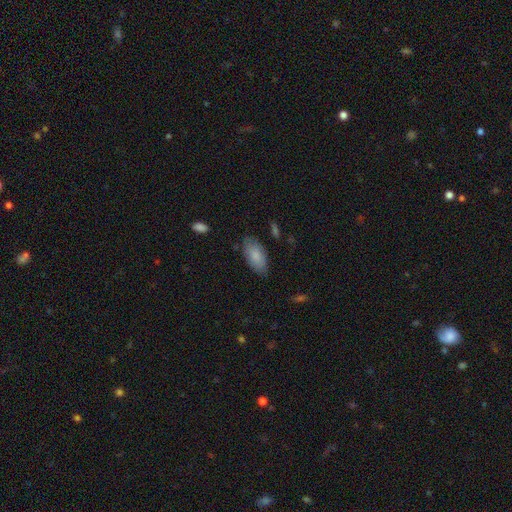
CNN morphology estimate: A smooth galaxy with no disk features (84%) that is in between round and cigar-shaped (93%). Merging: none (77%).